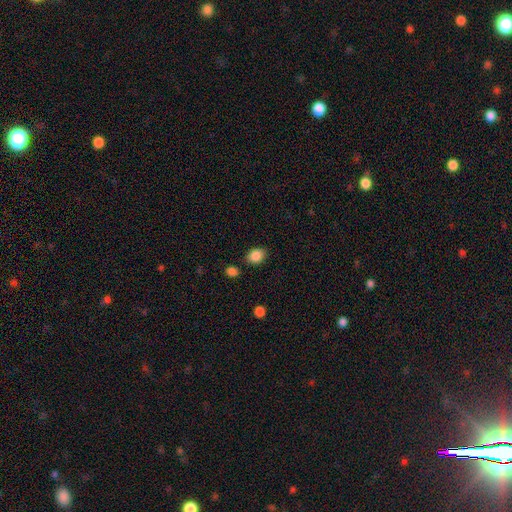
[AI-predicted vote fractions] A smooth galaxy with no disk features (87%) that is in between round and cigar-shaped (58%).

Vote fractions:
- Smooth or featured? smooth: 87% / star or artifact: 9% / featured or disk: 4%
- How rounded? in between: 58% / round: 41% / cigar-shaped: 1%
- Merging? none: 81% / minor disturbance: 12% / merger: 4% / major disturbance: 3%